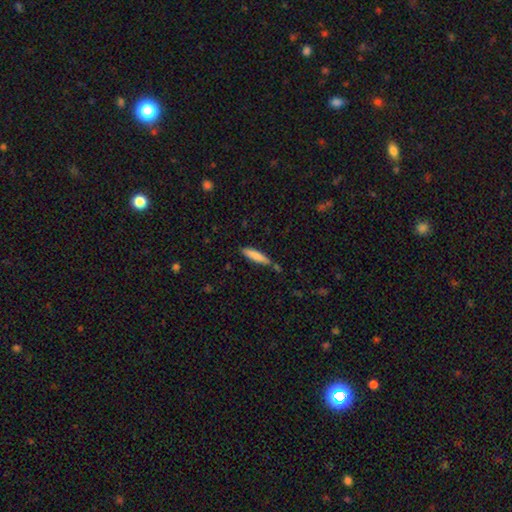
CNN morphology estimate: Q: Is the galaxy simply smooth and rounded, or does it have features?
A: smooth — 81%.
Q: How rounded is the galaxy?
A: cigar-shaped — 80%.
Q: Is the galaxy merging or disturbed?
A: none — 75%.